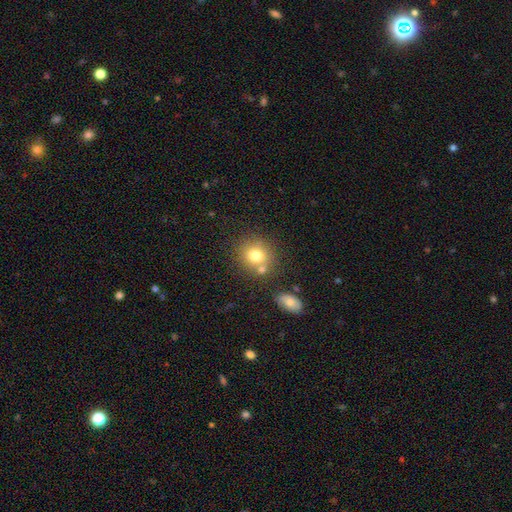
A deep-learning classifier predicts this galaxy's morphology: Smooth or featured? smooth (76%)
How rounded? round (82%)
Merging? none (66%)